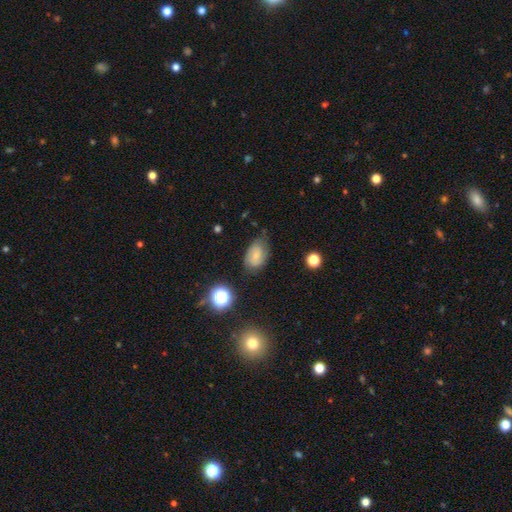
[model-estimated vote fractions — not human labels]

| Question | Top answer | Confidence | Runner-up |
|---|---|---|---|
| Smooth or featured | smooth | 59% | featured or disk (28%) |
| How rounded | in between | 85% | round (13%) |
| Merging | none | 59% | minor disturbance (30%) |